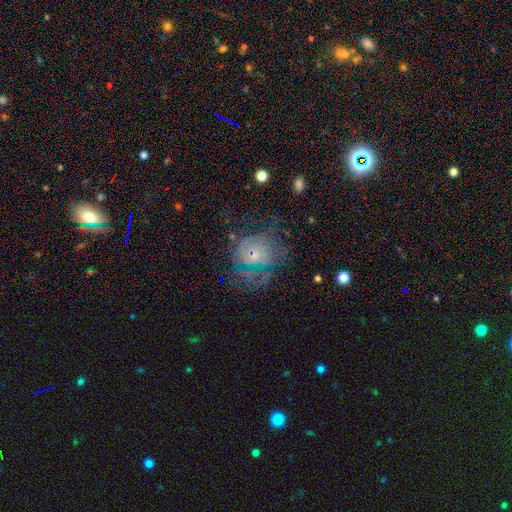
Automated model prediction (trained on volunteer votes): This is likely a featured or disk galaxy (63%). It is clearly not viewed edge-on (97%). Bar: likely no (77%). Spiral arm pattern: likely yes (71%). Central bulge: possibly small (57%). Merging: possibly none (55%).